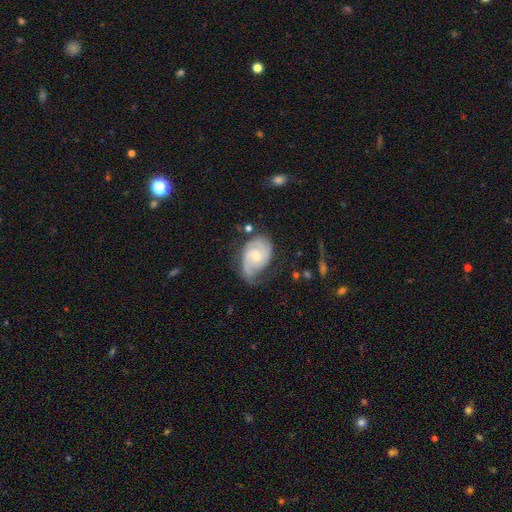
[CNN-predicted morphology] A featured or disk galaxy (83%) with no bar (60%), 2 (58%) tight (48%) spiral arms (96%) and a small central bulge (51%).

Vote fractions:
- Smooth or featured? featured or disk: 83% / smooth: 12% / star or artifact: 5%
- Edge-on disk? no: 97% / yes: 3%
- Bar? no: 60% / weak: 35% / strong: 5%
- Spiral arms? yes: 96% / no: 4%
- Spiral winding? tight: 48% / medium: 40% / loose: 12%
- Spiral arm count? 2: 58% / can't tell: 15% / 3: 15% / 1: 6% / 4: 3% / more than 4: 2%
- Bulge size? small: 51% / moderate: 45% / none: 2% / large: 2% / dominant: 1%
- Merging? none: 57% / minor disturbance: 27% / major disturbance: 13% / merger: 3%